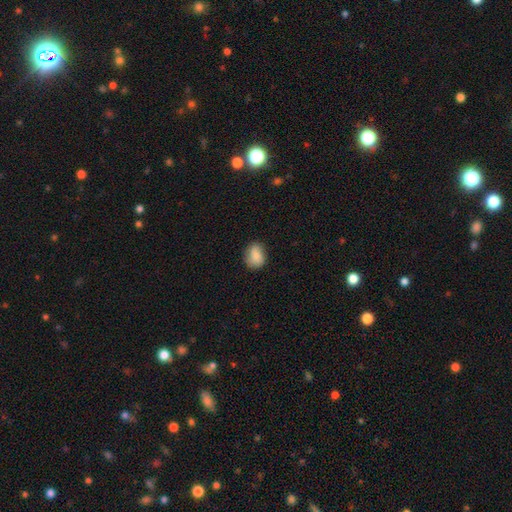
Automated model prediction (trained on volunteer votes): Smooth or featured? Predicted: smooth (p=0.82). How rounded? Predicted: in between (p=0.54). Merging? Predicted: none (p=0.71).